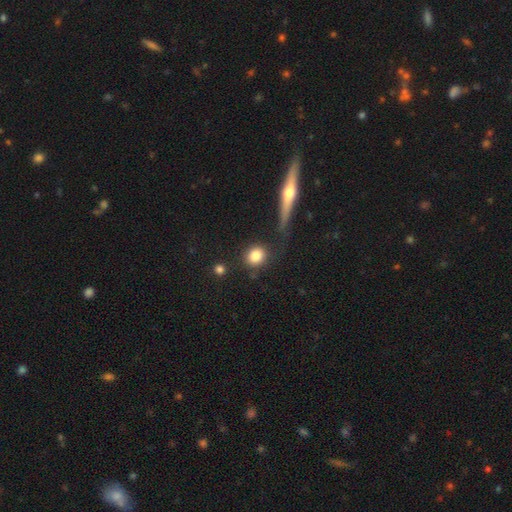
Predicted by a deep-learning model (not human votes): smooth_or_featured: smooth (p=0.84) [alt: star or artifact p=0.09]
how_rounded: round (p=0.76) [alt: in between p=0.22]
merging: none (p=0.80) [alt: minor disturbance p=0.10]